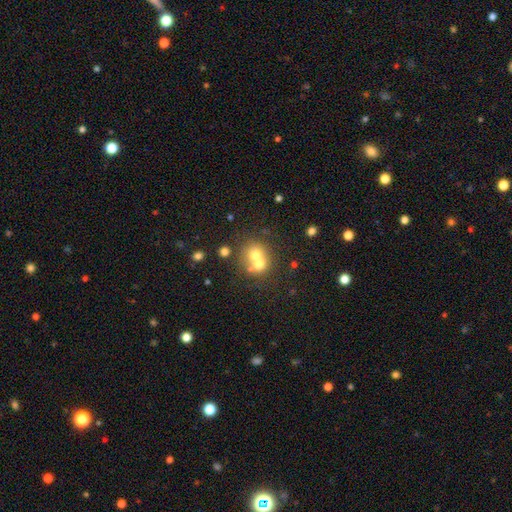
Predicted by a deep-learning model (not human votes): This appears to be a smooth galaxy with no disk features (60%) that is round (77%). Merging: merger (60%).